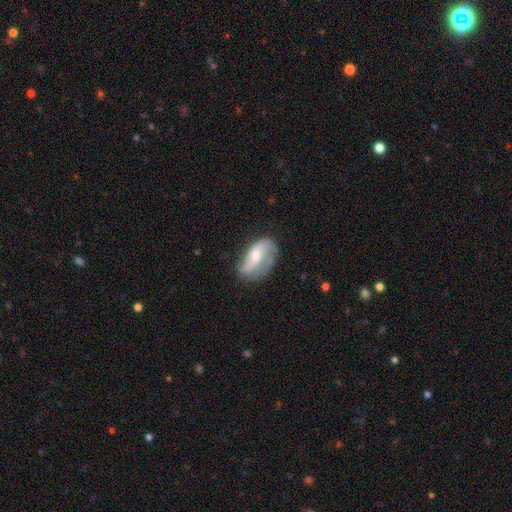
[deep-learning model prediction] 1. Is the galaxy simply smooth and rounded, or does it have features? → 69% featured or disk, 24% smooth, 7% star or artifact.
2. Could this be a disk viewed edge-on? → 95% no, 5% yes.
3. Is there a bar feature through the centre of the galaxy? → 42% weak, 38% no, 20% strong.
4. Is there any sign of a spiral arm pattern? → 86% yes, 14% no.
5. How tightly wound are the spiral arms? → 64% loose, 26% medium, 9% tight.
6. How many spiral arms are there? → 78% 2, 9% can't tell, 7% 1, 3% 3, 1% 4, 1% more than 4.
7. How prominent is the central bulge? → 51% moderate, 41% small, 4% large, 3% none, 1% dominant.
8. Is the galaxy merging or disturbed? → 58% none, 26% minor disturbance, 14% major disturbance, 2% merger.